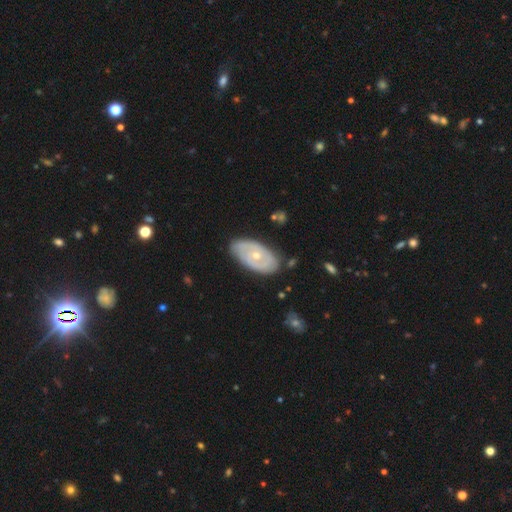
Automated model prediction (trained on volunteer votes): smooth_or_featured: featured or disk (p=0.72) [alt: smooth p=0.23]
disk_edge_on: no (p=0.93) [alt: yes p=0.07]
bar: no (p=0.81) [alt: weak p=0.16]
has_spiral_arms: yes (p=0.69) [alt: no p=0.31]
bulge_size: small (p=0.52) [alt: moderate p=0.45]
merging: none (p=0.75) [alt: minor disturbance p=0.19]